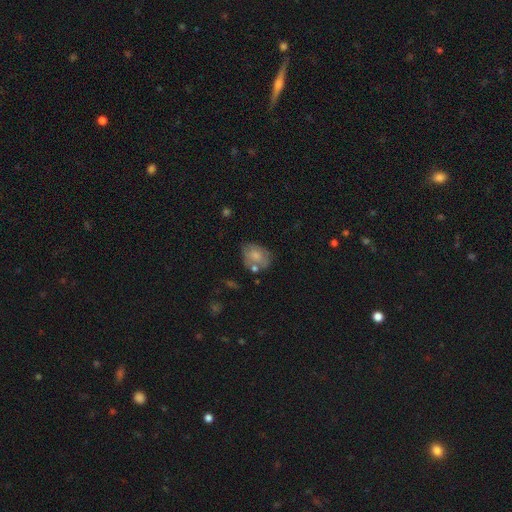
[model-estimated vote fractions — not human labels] Q: Smooth or featured?
A: smooth (63%); runner-up: featured or disk (29%)
Q: How rounded?
A: in between (64%); runner-up: round (34%)
Q: Merging?
A: none (48%); runner-up: minor disturbance (27%)